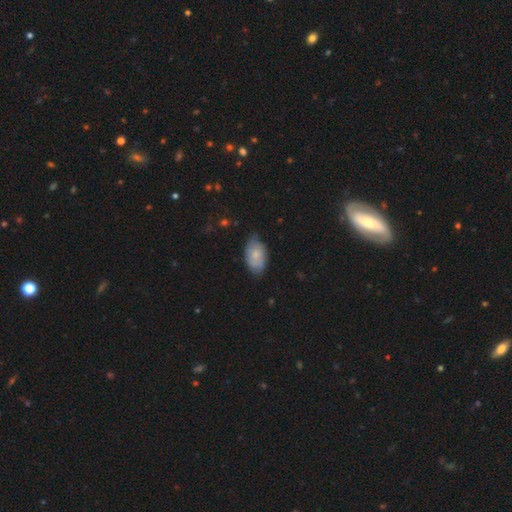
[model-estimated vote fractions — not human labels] smooth_or_featured: smooth (p=0.69) [alt: featured or disk p=0.24]
how_rounded: in between (p=0.92) [alt: round p=0.06]
merging: none (p=0.62) [alt: minor disturbance p=0.32]